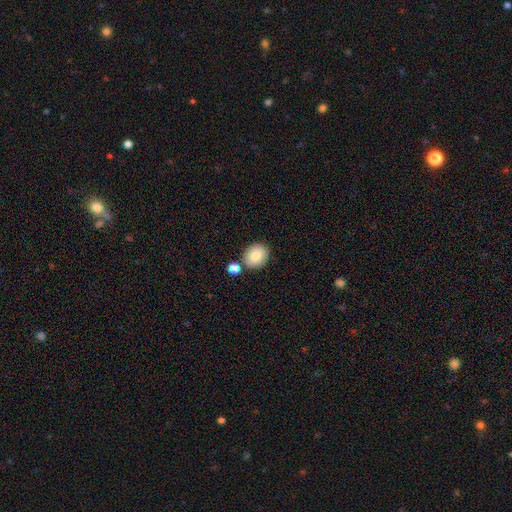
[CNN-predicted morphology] Smooth or featured? Predicted: smooth (p=0.84). How rounded? Predicted: round (p=0.61). Merging? Predicted: none (p=0.74).